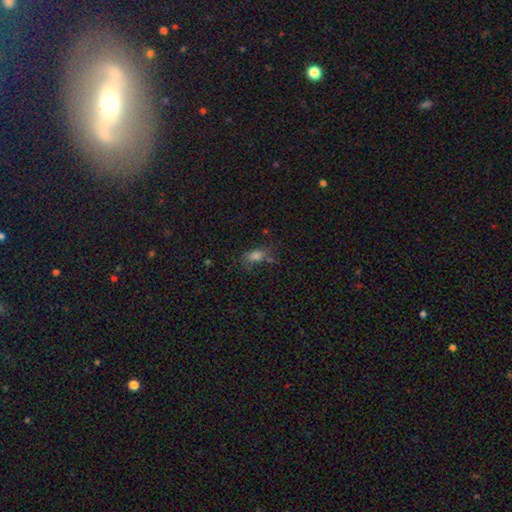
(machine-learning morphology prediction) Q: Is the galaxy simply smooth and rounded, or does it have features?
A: smooth — 69%.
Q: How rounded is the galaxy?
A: in between — 75%.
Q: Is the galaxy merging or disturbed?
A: none — 56%.